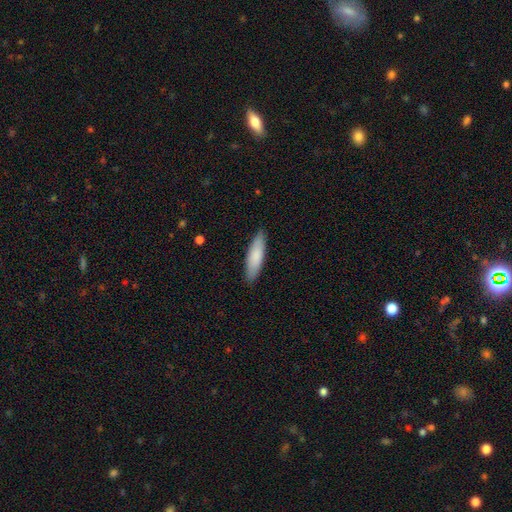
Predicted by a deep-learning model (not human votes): A smooth galaxy with no disk features (82%) that is cigar-shaped (61%).

Vote fractions:
- Smooth or featured? smooth: 82% / featured or disk: 12% / star or artifact: 5%
- How rounded? cigar-shaped: 61% / in between: 37% / round: 1%
- Merging? none: 87% / minor disturbance: 10% / major disturbance: 2% / merger: 1%